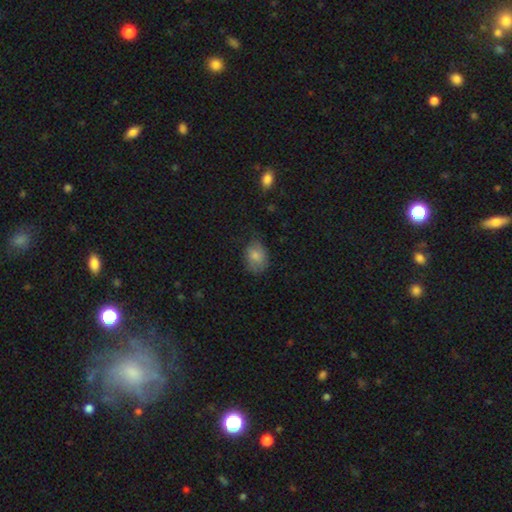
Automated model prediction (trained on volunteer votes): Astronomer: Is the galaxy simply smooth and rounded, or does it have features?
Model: smooth — 78%.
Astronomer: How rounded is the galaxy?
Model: in between — 69%.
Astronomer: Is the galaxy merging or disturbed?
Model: none — 61%.